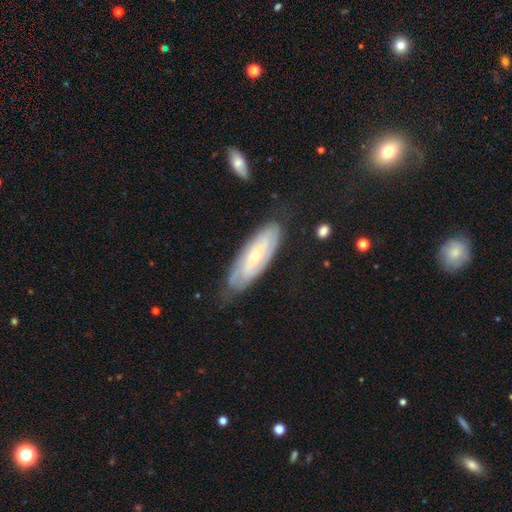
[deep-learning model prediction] Smooth or featured: featured or disk — 66% (smooth — 28%)
Edge-on disk: no — 81% (yes — 19%)
Bar: no — 77% (weak — 18%)
Spiral arms: yes — 74% (no — 26%)
Bulge size: small — 70% (moderate — 27%)
Merging: none — 71% (minor disturbance — 21%)